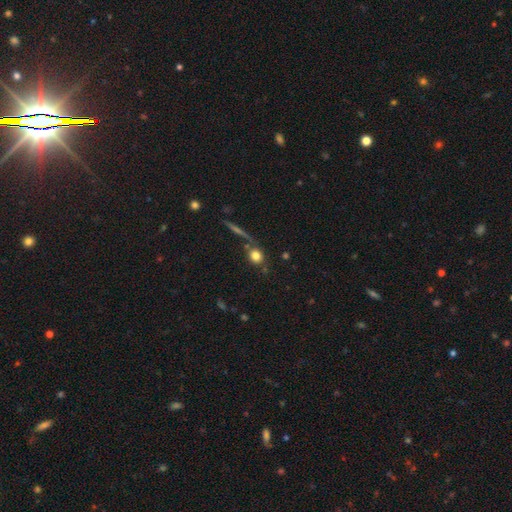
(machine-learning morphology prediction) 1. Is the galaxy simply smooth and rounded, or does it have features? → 78% smooth, 12% star or artifact, 10% featured or disk.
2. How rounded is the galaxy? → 74% round, 22% in between, 4% cigar-shaped.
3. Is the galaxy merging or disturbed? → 68% none, 15% merger, 12% minor disturbance, 5% major disturbance.